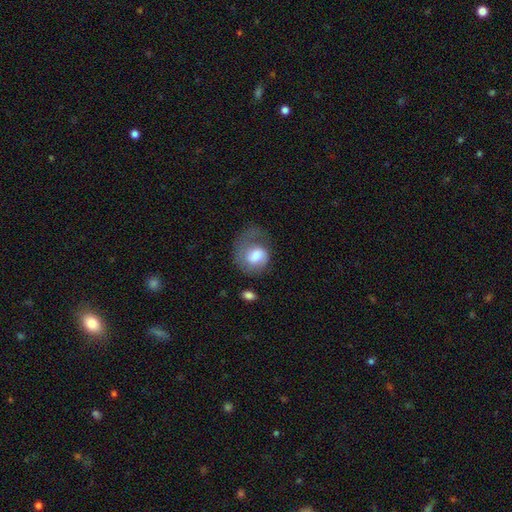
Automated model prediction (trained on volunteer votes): Smooth or featured: smooth — 56% (featured or disk — 37%)
How rounded: round — 61% (in between — 38%)
Merging: major disturbance — 46% (none — 28%)